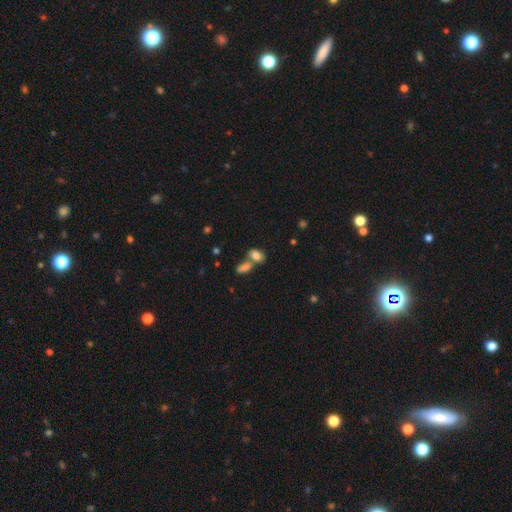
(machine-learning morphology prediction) The model was most divided on "merging": merger: 53%, none: 34%, minor disturbance: 9%, major disturbance: 4%. More confident: how rounded — in between (89%); smooth or featured — smooth (82%).